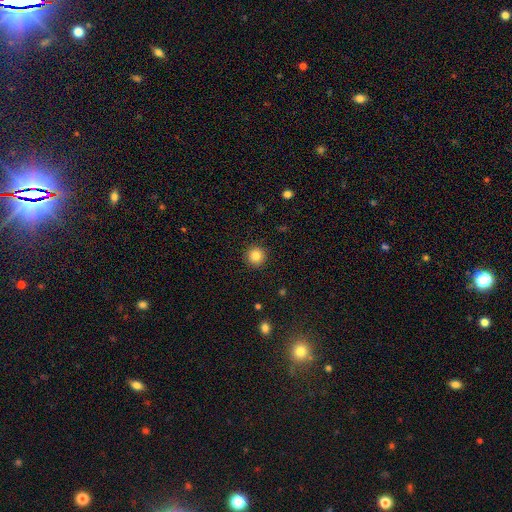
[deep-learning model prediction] Morphology: type=smooth (84%); roundness=round (95%); merging=none (92%).